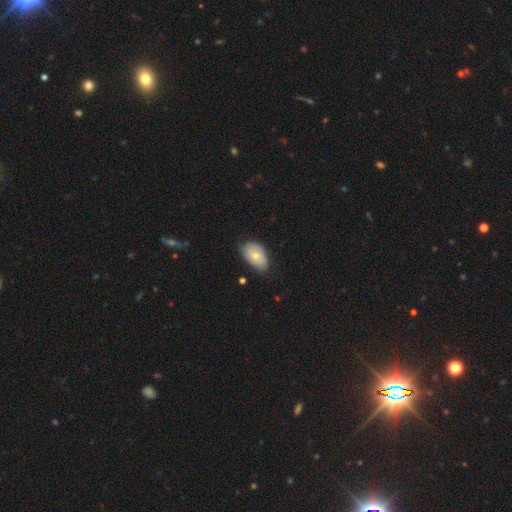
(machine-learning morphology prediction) Overall: smooth (69%). How rounded: in between (92%). Merging: none (68%).